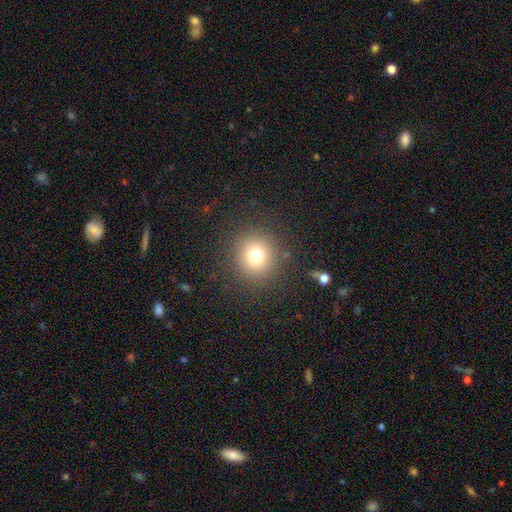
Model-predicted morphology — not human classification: Smooth or featured: smooth — 75% (star or artifact — 16%)
How rounded: round — 93% (in between — 6%)
Merging: none — 89% (minor disturbance — 6%)